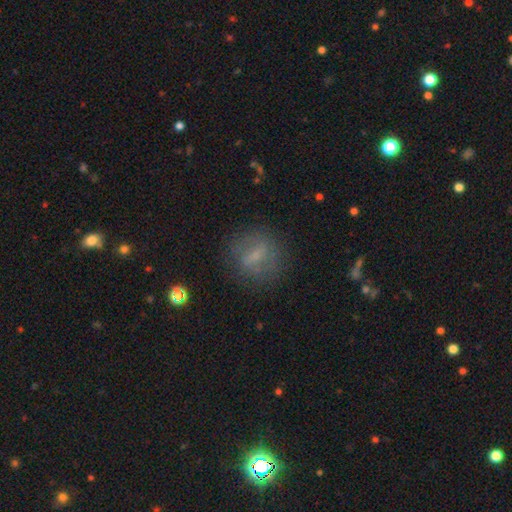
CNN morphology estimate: Q: Smooth or featured?
A: smooth (52%); runner-up: featured or disk (35%)
Q: How rounded?
A: round (61%); runner-up: in between (31%)
Q: Merging?
A: none (76%); runner-up: minor disturbance (14%)